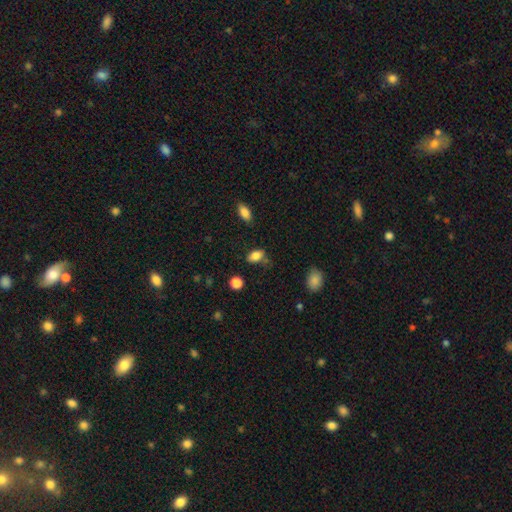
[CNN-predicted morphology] This is clearly a smooth galaxy (84%). How rounded: clearly in between (87%). Merging: likely none (66%).